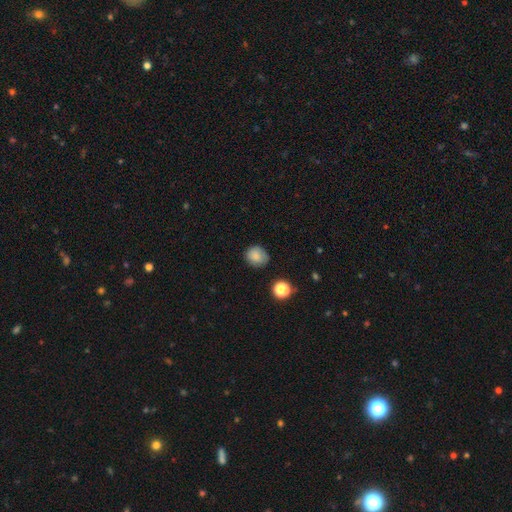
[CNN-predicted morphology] smooth 84%, star or artifact 11%, featured or disk 5%. Down the decision tree: how rounded — round (76%); merging — none (78%).